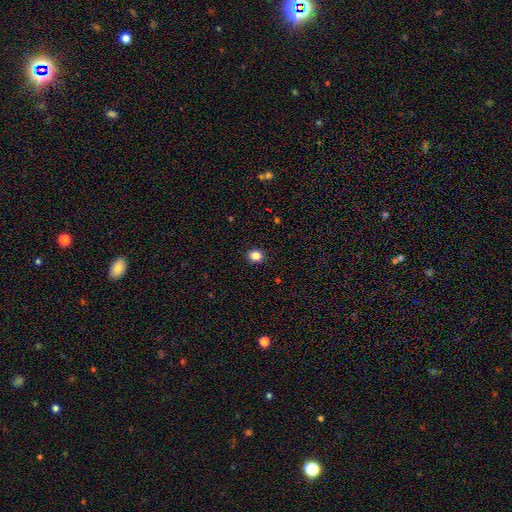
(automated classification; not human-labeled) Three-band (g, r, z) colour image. It shows a smooth galaxy with no disk features (85%) that is round (72%). Merging: none (91%).